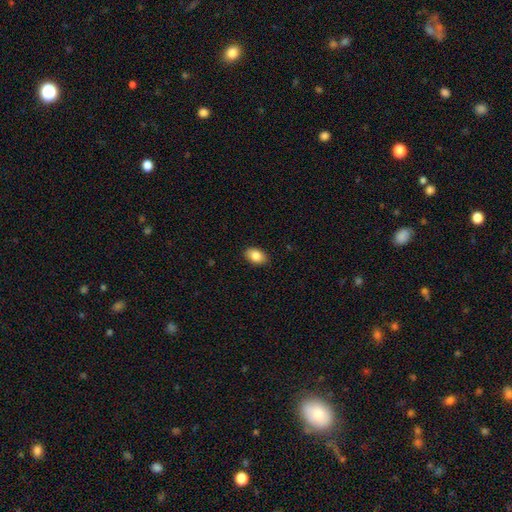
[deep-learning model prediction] smooth-or-featured: smooth: 86% | star or artifact: 8% | featured or disk: 7%
  how-rounded: in between: 88% | round: 11% | cigar-shaped: 1%
  merging: none: 89% | minor disturbance: 9% | major disturbance: 2% | merger: 1%